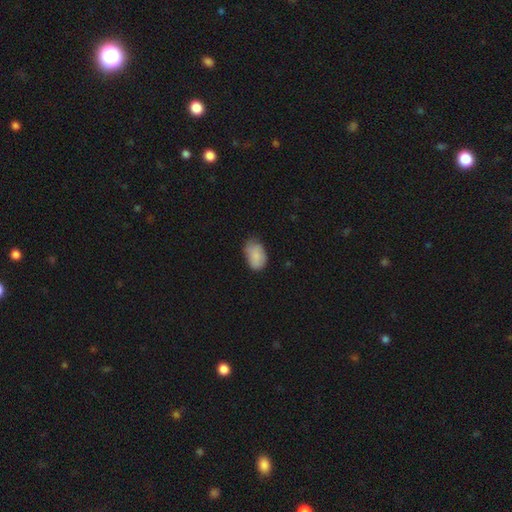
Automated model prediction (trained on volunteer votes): Smooth or featured: smooth — 84% (featured or disk — 9%)
How rounded: in between — 88% (round — 11%)
Merging: none — 55% (minor disturbance — 36%)